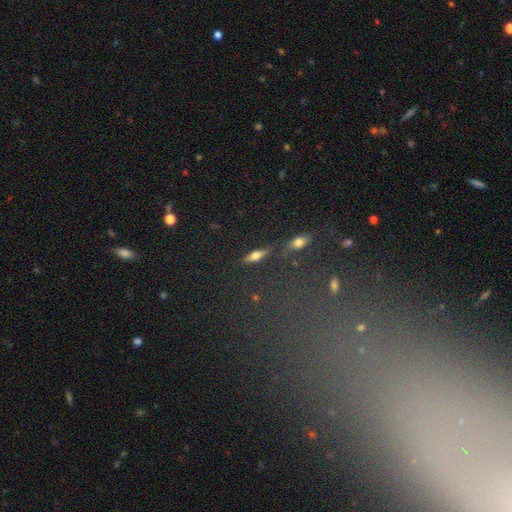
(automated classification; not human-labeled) Overall: smooth (49%; featured or disk 42%). Merging: none (82%).